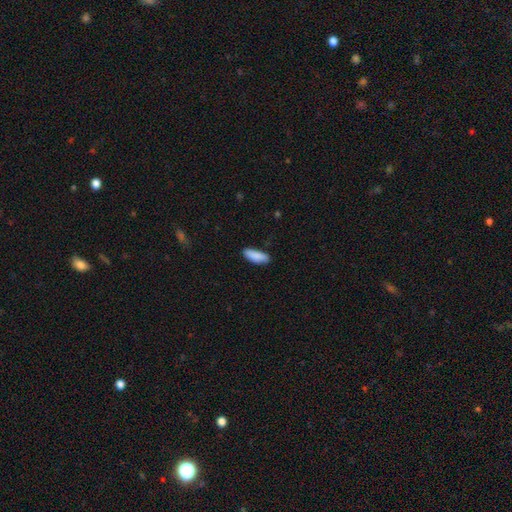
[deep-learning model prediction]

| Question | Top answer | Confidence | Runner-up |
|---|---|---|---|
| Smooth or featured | smooth | 89% | star or artifact (6%) |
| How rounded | in between | 67% | cigar-shaped (31%) |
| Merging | none | 83% | minor disturbance (13%) |